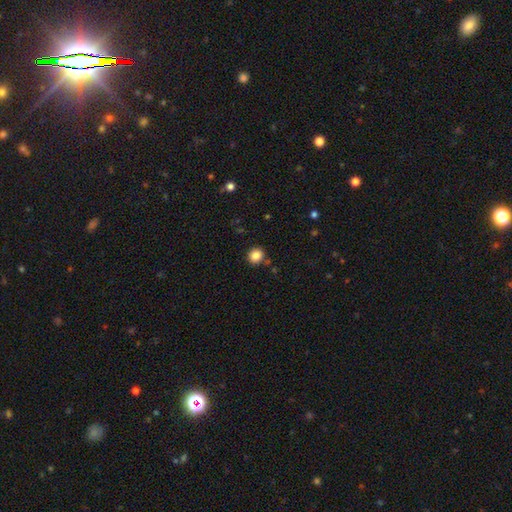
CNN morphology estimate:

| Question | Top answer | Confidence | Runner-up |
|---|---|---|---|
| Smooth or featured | smooth | 85% | star or artifact (10%) |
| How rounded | round | 83% | in between (16%) |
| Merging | none | 86% | minor disturbance (8%) |